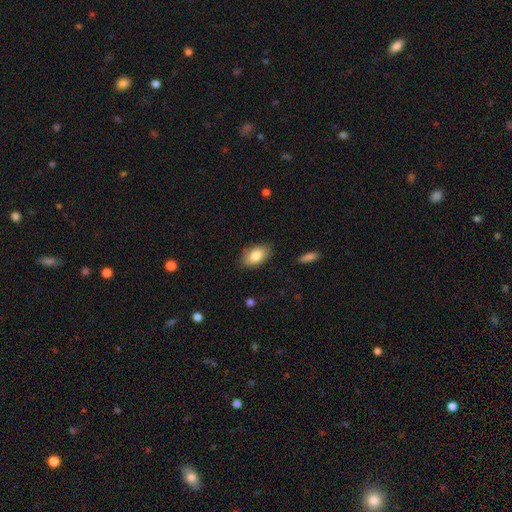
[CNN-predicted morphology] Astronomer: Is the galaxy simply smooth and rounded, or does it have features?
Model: smooth — 84%.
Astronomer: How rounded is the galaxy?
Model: in between — 92%.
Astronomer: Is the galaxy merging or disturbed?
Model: none — 83%.